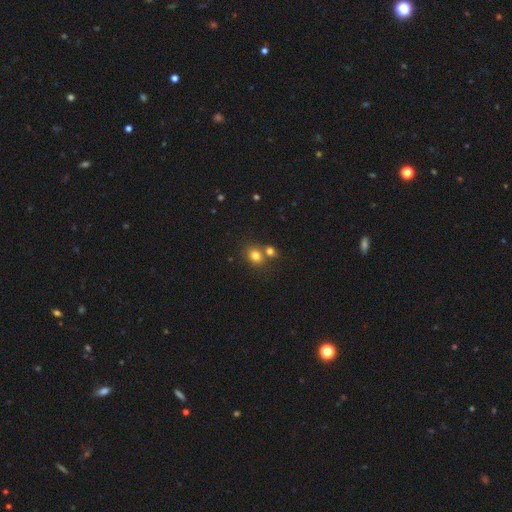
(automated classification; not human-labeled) This is likely a smooth galaxy (78%). How rounded: possibly round (57%). Merging: possibly none (53%).